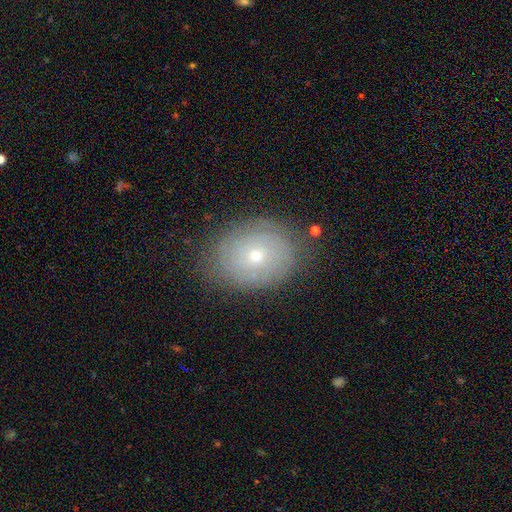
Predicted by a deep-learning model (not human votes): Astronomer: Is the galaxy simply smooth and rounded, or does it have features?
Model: featured or disk — 56% (runner-up: smooth, 34%).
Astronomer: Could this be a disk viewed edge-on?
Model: no — 95%.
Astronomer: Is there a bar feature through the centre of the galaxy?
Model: no — 85%.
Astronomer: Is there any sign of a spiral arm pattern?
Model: yes — 68%.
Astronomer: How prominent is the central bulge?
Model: small — 74%.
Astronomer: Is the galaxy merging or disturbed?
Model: none — 78%.